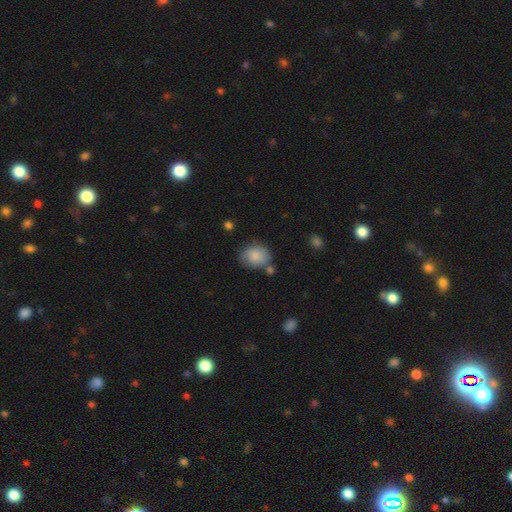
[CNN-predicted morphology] type=smooth (83%); roundness=round (55%); merging=none (61%).